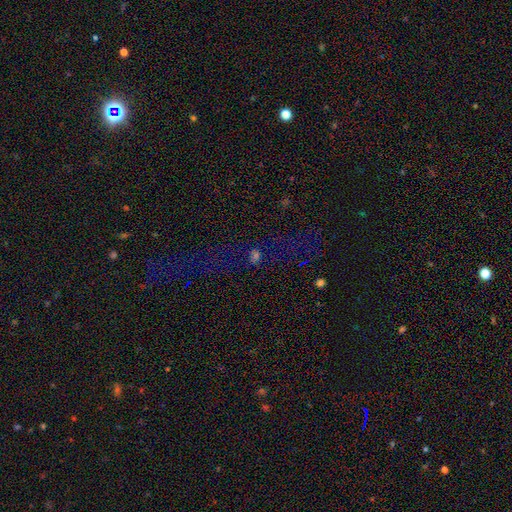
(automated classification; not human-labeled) Smooth or featured: star or artifact — 50% (smooth — 37%)